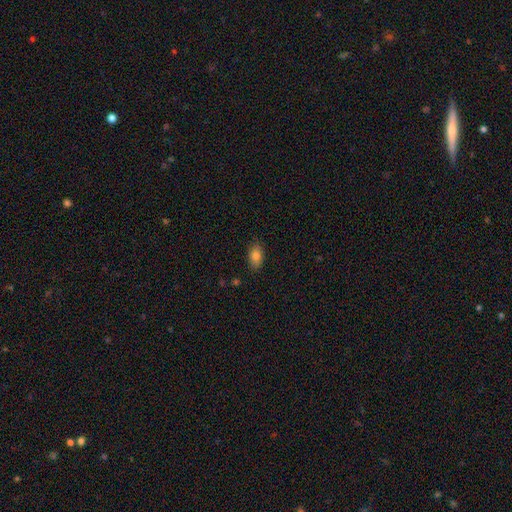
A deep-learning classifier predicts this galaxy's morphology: A smooth galaxy with no disk features (83%) that is in between round and cigar-shaped (90%).

Vote fractions:
- Smooth or featured? smooth: 83% / star or artifact: 9% / featured or disk: 8%
- How rounded? in between: 90% / round: 7% / cigar-shaped: 3%
- Merging? none: 83% / minor disturbance: 13% / major disturbance: 3% / merger: 1%